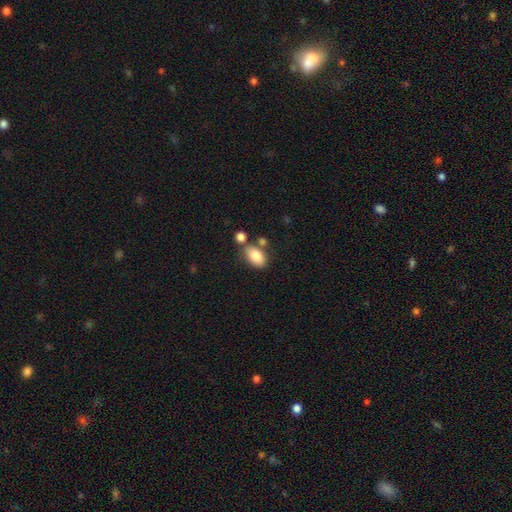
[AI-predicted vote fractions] A smooth galaxy with no disk features (84%) that is in between round and cigar-shaped (91%).

Vote fractions:
- Smooth or featured? smooth: 84% / featured or disk: 9% / star or artifact: 7%
- How rounded? in between: 91% / round: 7% / cigar-shaped: 2%
- Merging? none: 62% / merger: 19% / minor disturbance: 14% / major disturbance: 4%